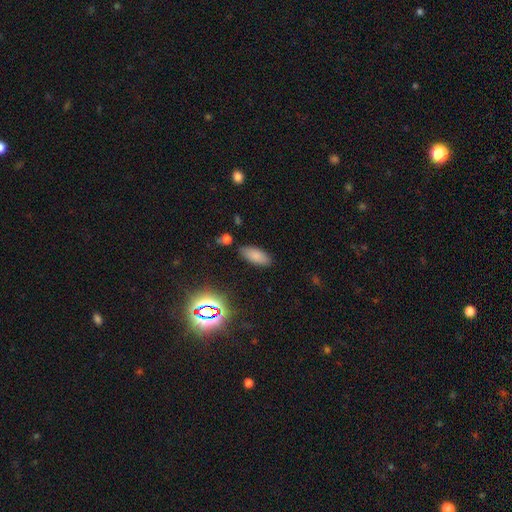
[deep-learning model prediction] A smooth galaxy with no disk features (80%) that is in between round and cigar-shaped (84%). Merging: none (85%).